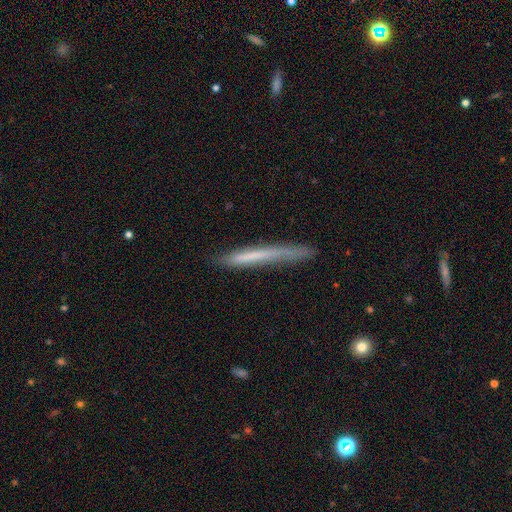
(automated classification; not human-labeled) This is possibly a smooth galaxy (56%). How rounded: clearly cigar-shaped (97%). Merging: likely none (71%).